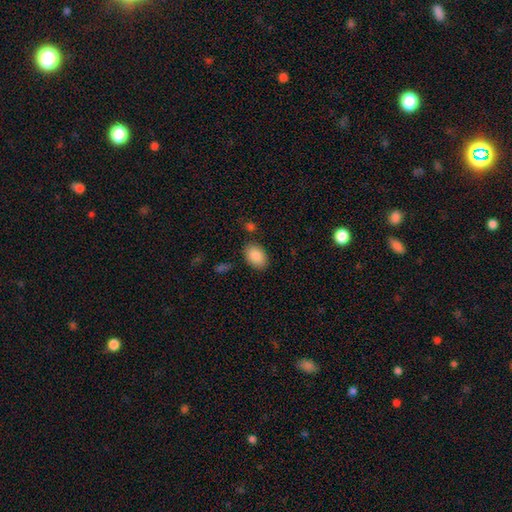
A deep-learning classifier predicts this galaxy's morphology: Smooth or featured?
  - smooth: 88% *
  - star or artifact: 7%
  - featured or disk: 5%
How rounded?
  - in between: 86% *
  - round: 13%
  - cigar-shaped: 1%
Merging?
  - none: 83% *
  - minor disturbance: 11%
  - merger: 3%
  - major disturbance: 3%